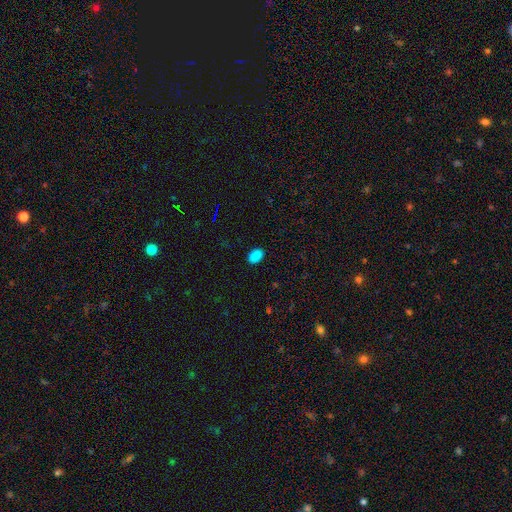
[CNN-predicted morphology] smooth_or_featured: smooth (p=0.86) [alt: star or artifact p=0.12]
how_rounded: in between (p=0.87) [alt: round p=0.12]
merging: none (p=0.89) [alt: minor disturbance p=0.08]